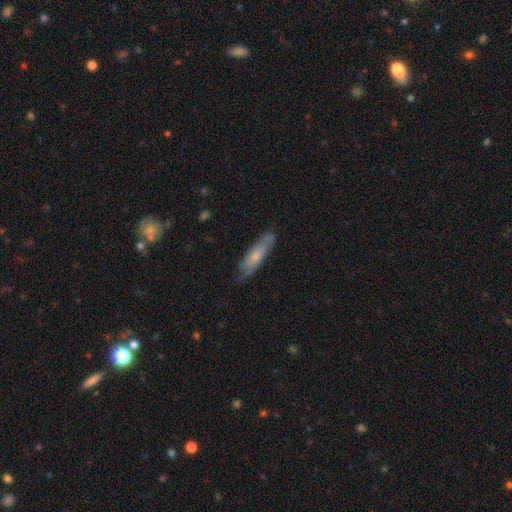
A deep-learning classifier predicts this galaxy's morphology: This appears to be a smooth galaxy with no disk features (58%) that is cigar-shaped (71%). Merging: none (75%).